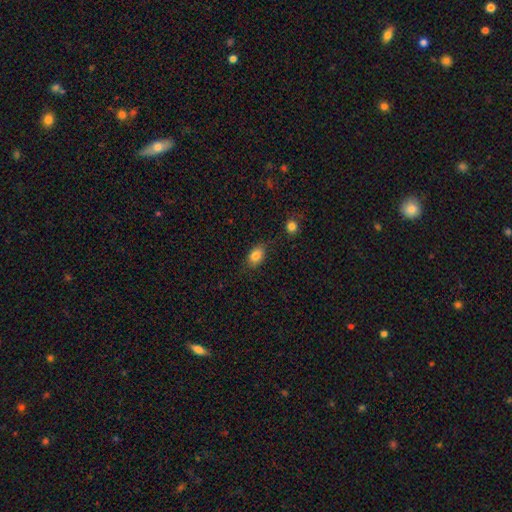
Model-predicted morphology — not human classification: Q: Smooth or featured?
A: smooth (83%); runner-up: star or artifact (9%)
Q: How rounded?
A: in between (81%); runner-up: round (17%)
Q: Merging?
A: none (77%); runner-up: minor disturbance (17%)